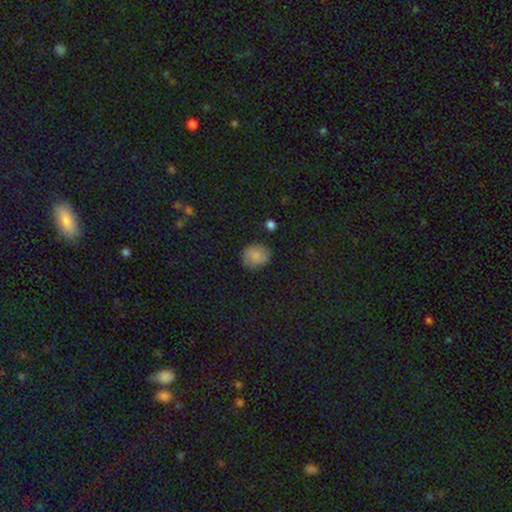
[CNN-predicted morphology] Smooth or featured? Predicted: smooth (p=0.81). How rounded? Predicted: round (p=0.59). Merging? Predicted: none (p=0.80).